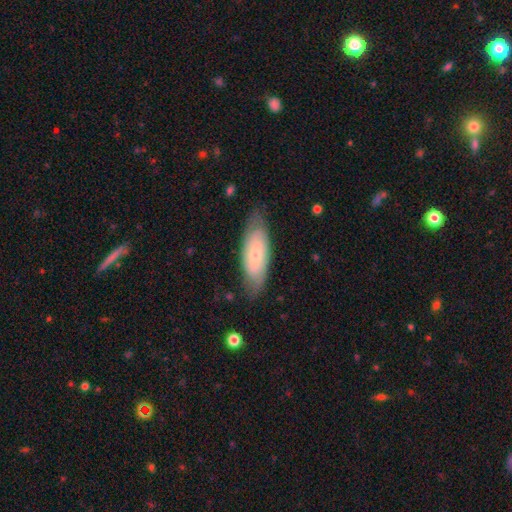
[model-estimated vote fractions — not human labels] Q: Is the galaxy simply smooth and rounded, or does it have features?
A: smooth — 52%.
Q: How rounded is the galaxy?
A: in between — 73%.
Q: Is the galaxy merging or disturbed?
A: none — 73%.